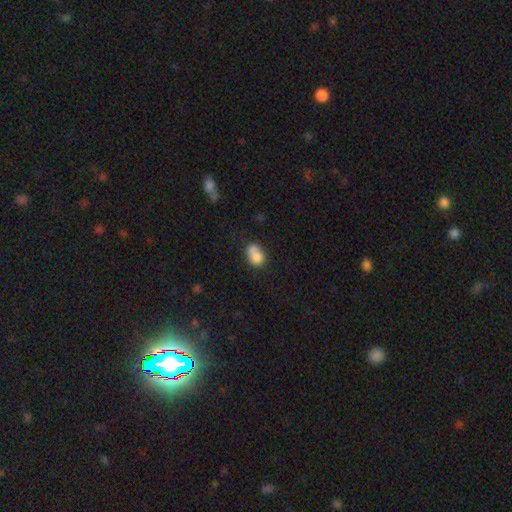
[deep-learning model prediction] A smooth galaxy with no disk features (77%) that is in between round and cigar-shaped (63%).

Vote fractions:
- Smooth or featured? smooth: 77% / featured or disk: 13% / star or artifact: 10%
- How rounded? in between: 63% / round: 36% / cigar-shaped: 1%
- Merging? merger: 39% / none: 35% / minor disturbance: 19% / major disturbance: 8%